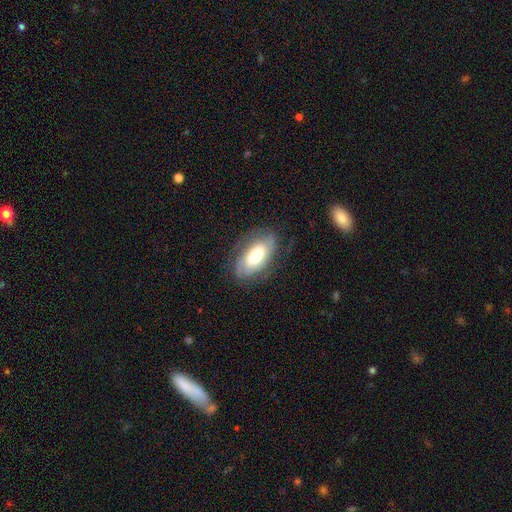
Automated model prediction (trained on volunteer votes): Smooth or featured? featured or disk (56%)
Edge-on disk? no (91%)
Bar? no (64%)
Spiral arms? yes (80%)
Bulge size? large (50%)
Merging? none (71%)